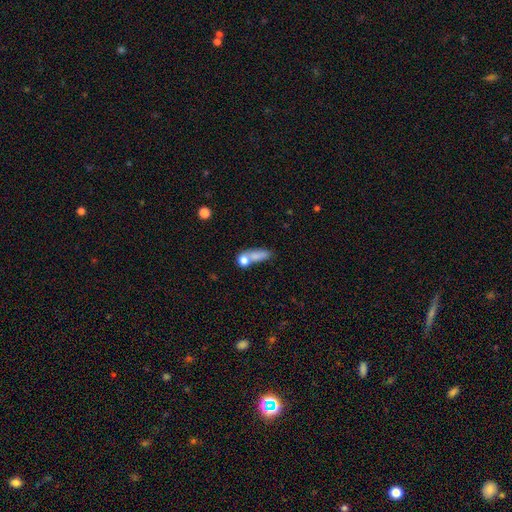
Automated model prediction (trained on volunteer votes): Q: Smooth or featured?
A: smooth (72%); runner-up: featured or disk (17%)
Q: How rounded?
A: in between (49%); runner-up: cigar-shaped (32%)
Q: Merging?
A: merger (41%); runner-up: none (34%)